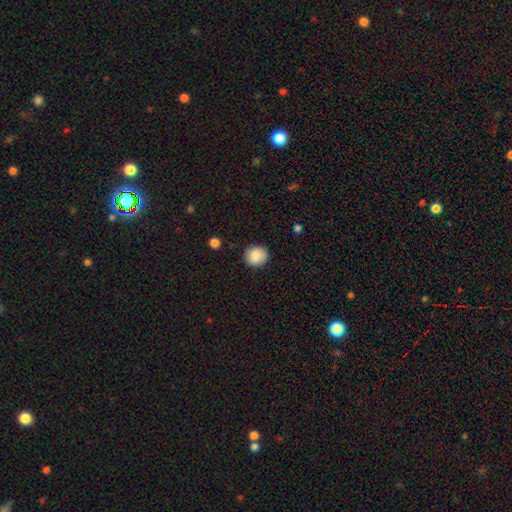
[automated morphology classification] Smooth or featured?
  - smooth: 88% *
  - star or artifact: 8%
  - featured or disk: 5%
How rounded?
  - round: 87% *
  - in between: 12%
  - cigar-shaped: 1%
Merging?
  - none: 88% *
  - minor disturbance: 9%
  - major disturbance: 2%
  - merger: 1%